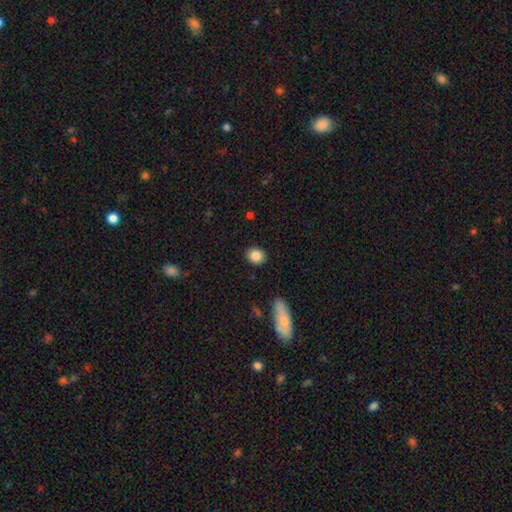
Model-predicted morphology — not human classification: A smooth galaxy with no disk features (86%) that is round (57%).

Vote fractions:
- Smooth or featured? smooth: 86% / star or artifact: 9% / featured or disk: 6%
- How rounded? round: 57% / in between: 42% / cigar-shaped: 1%
- Merging? none: 89% / minor disturbance: 8% / major disturbance: 2% / merger: 1%